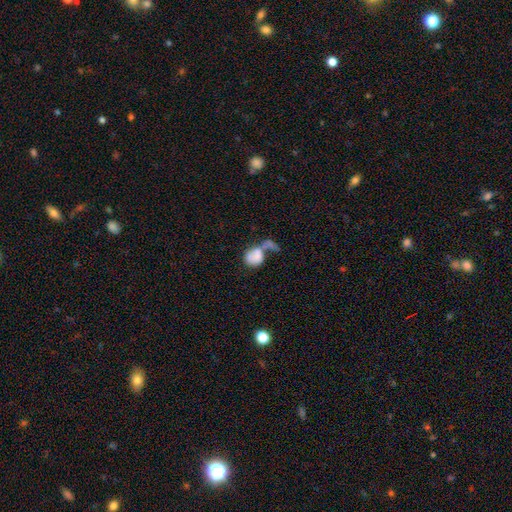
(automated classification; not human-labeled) Morphology: type=smooth (70%); roundness=in between (53%); merging=merger (51%).